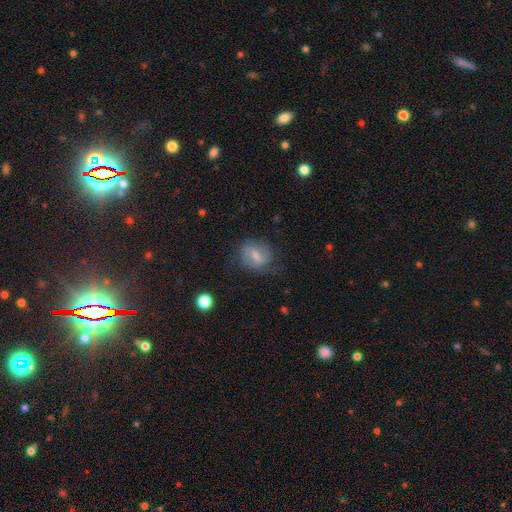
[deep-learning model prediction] This appears to be a smooth galaxy with no disk features (48%). Merging: none (59%).